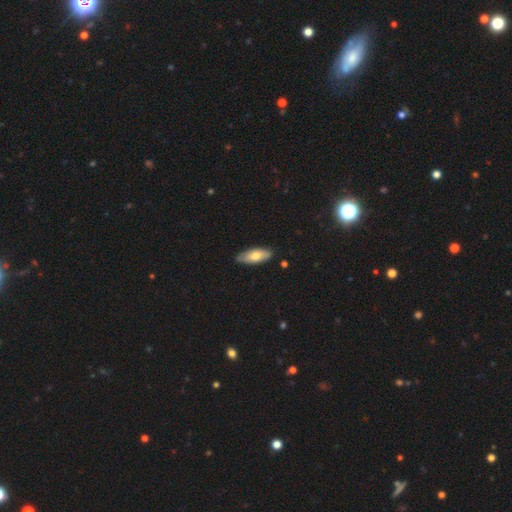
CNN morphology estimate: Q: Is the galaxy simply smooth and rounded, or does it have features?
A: smooth — 68%.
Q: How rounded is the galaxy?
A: in between — 74%.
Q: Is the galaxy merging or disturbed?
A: none — 82%.